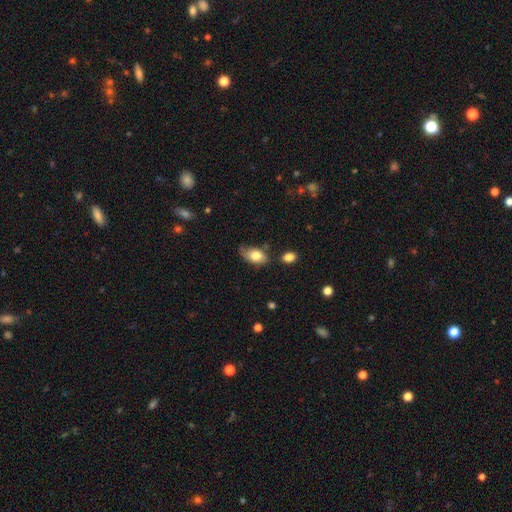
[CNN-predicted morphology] Smooth or featured?
  - smooth: 77% *
  - featured or disk: 15%
  - star or artifact: 7%
How rounded?
  - in between: 89% *
  - round: 9%
  - cigar-shaped: 2%
Merging?
  - none: 53% *
  - minor disturbance: 32%
  - major disturbance: 9%
  - merger: 7%